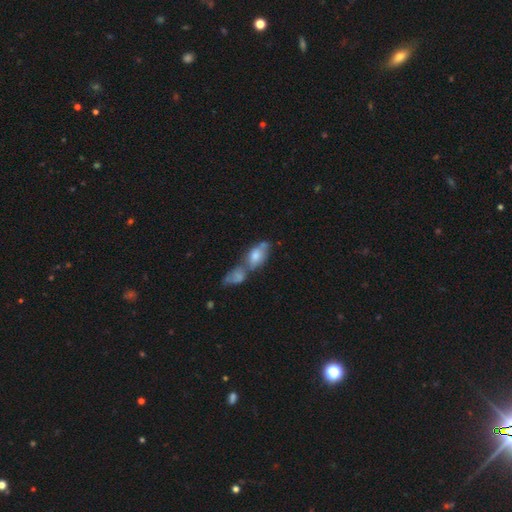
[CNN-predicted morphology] A smooth galaxy with no disk features (66%) that is in between round and cigar-shaped (85%). Merging: merger (65%).